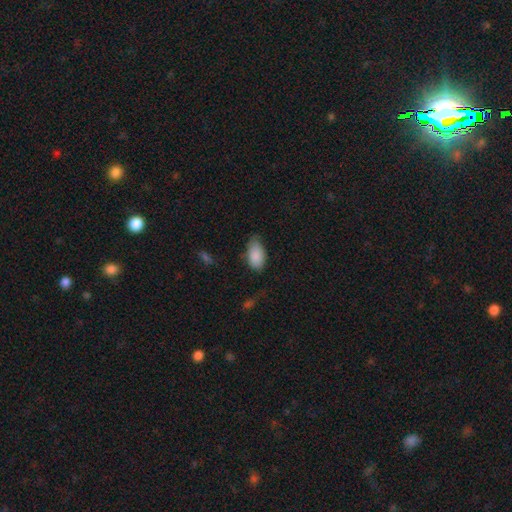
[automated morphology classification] smooth 87%, star or artifact 7%, featured or disk 6%. Down the decision tree: how rounded — in between (93%); merging — none (57%).